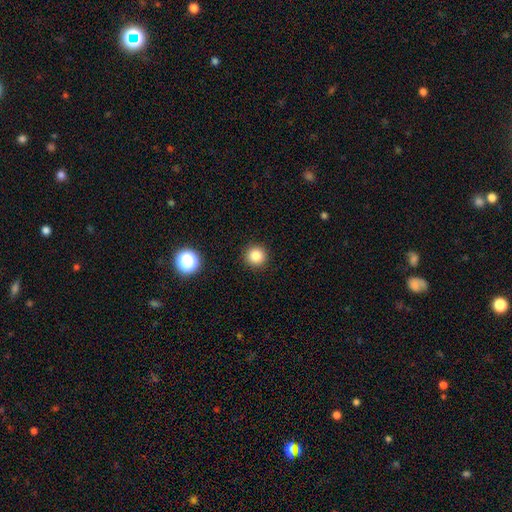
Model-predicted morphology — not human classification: type=smooth (84%); roundness=round (95%); merging=none (92%).